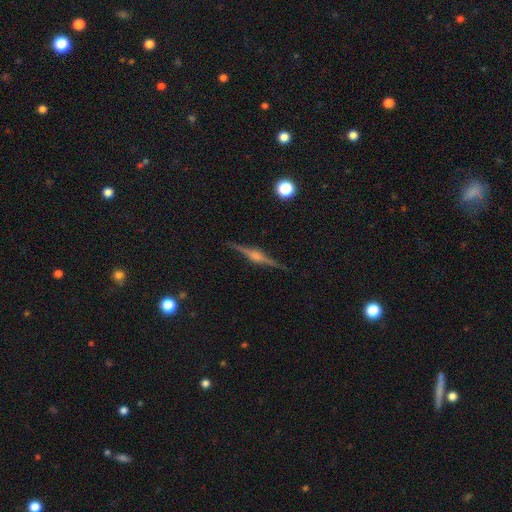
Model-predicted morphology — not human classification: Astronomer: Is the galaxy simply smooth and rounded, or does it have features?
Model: featured or disk — 87%.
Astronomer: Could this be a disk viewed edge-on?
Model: yes — 98%.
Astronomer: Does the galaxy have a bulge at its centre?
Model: rounded — 84%.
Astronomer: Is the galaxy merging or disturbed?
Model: none — 90%.